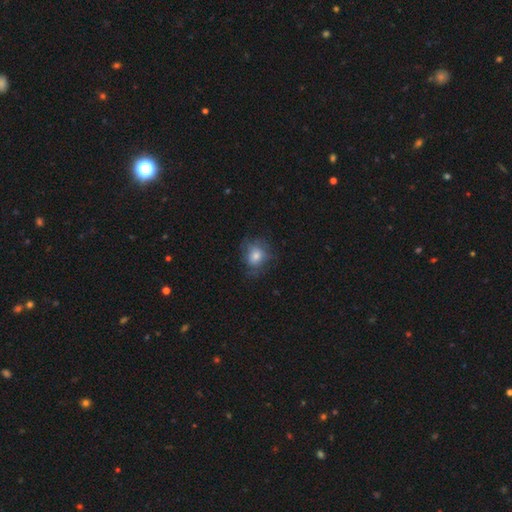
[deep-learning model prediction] Morphology: type=smooth (65%); roundness=round (70%); merging=none (63%).